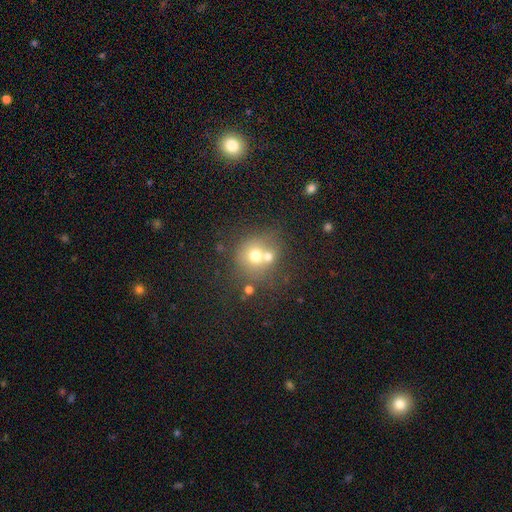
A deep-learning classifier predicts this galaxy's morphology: Smooth or featured: smooth — 65% (featured or disk — 21%)
How rounded: round — 84% (in between — 15%)
Merging: merger — 48% (none — 39%)